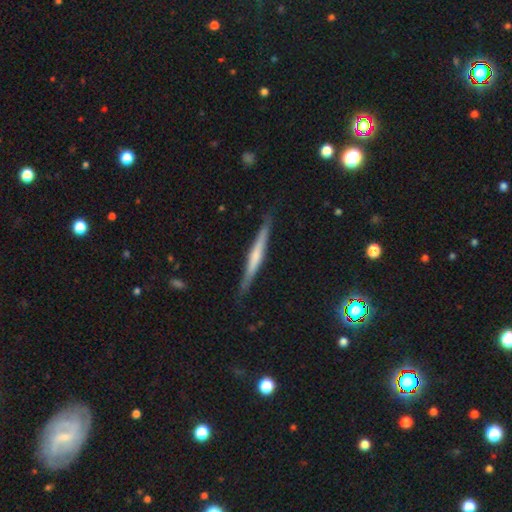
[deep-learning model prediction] The model was most divided on "edge-on bulge": none: 47%, rounded: 38%, boxy: 15%. More confident: edge-on disk — yes (97%); merging — none (88%); smooth or featured — featured or disk (58%).